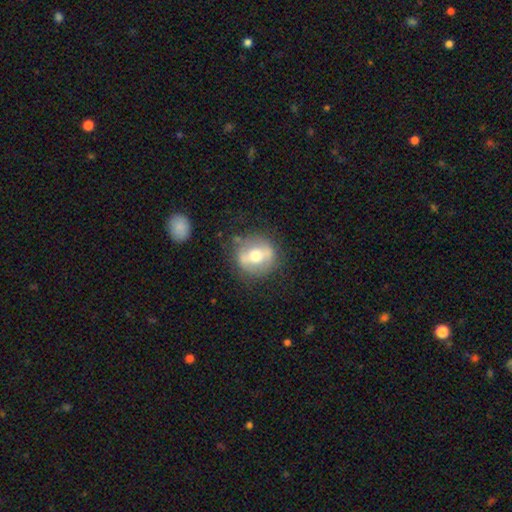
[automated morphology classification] A featured or disk galaxy (54%).

Vote fractions:
- Smooth or featured? featured or disk: 54% / smooth: 39% / star or artifact: 7%
- Edge-on disk? no: 86% / yes: 14%
- Merging? none: 77% / minor disturbance: 15% / major disturbance: 6% / merger: 2%